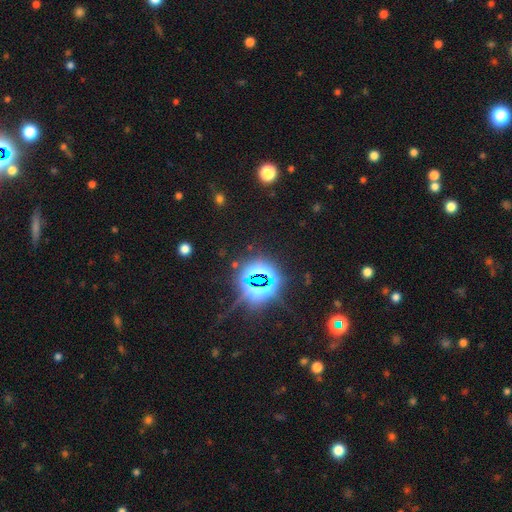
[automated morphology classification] Smooth or featured? Predicted: star or artifact (p=0.83).